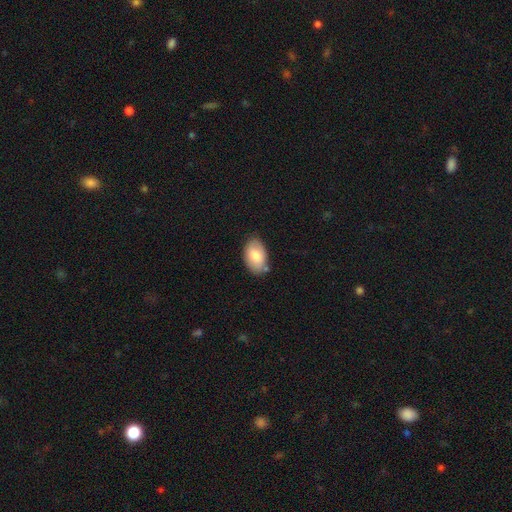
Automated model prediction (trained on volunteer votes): smooth 79%, featured or disk 15%, star or artifact 6%. Down the decision tree: how rounded — in between (92%); merging — none (75%).